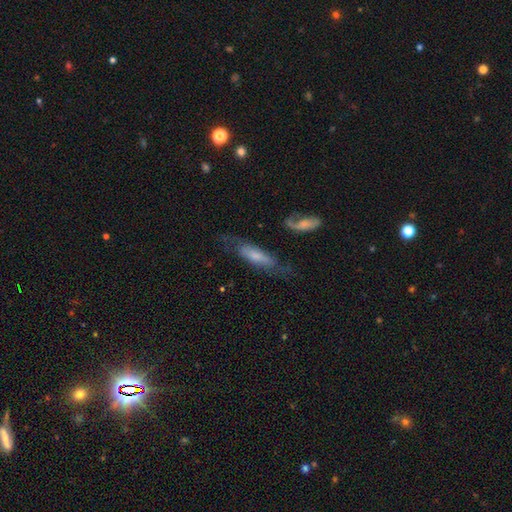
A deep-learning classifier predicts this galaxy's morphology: This appears to be a featured or disk galaxy (53%). Merging: none (57%).